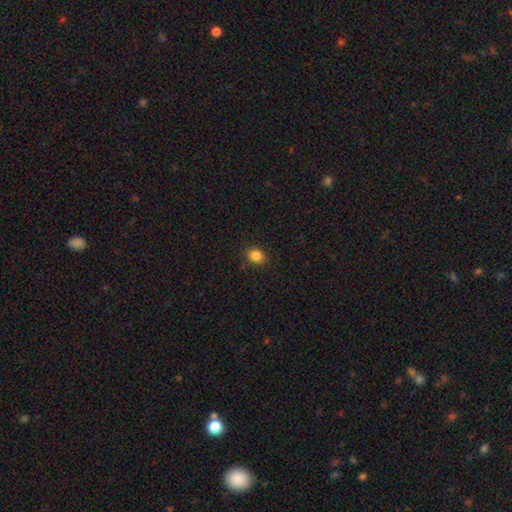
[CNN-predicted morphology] The model was most divided on "how rounded": round: 66%, in between: 33%, cigar-shaped: 1%. More confident: merging — none (87%); smooth or featured — smooth (84%).